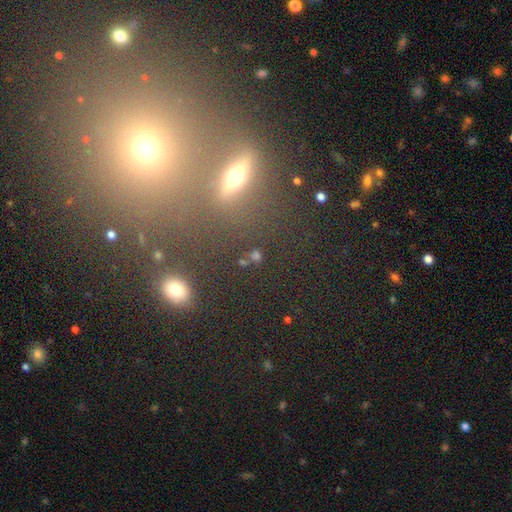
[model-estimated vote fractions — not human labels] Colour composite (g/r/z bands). It shows a smooth galaxy with no disk features (39%). Merging: none (79%).